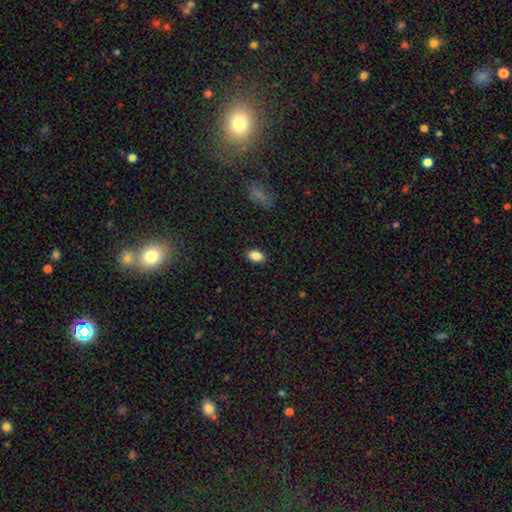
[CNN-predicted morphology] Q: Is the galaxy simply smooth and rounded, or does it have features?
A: smooth — 87%.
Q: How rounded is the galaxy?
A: in between — 89%.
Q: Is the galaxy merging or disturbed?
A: none — 88%.